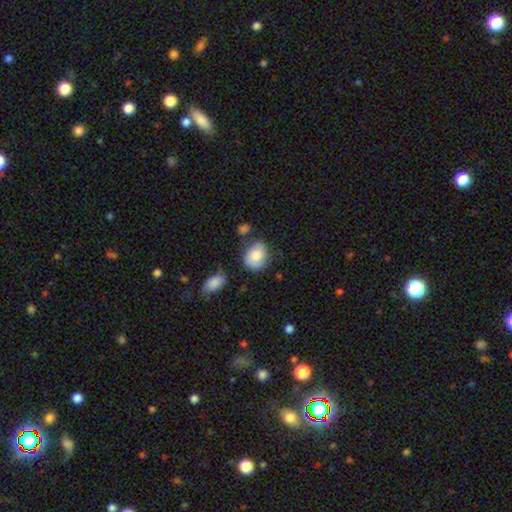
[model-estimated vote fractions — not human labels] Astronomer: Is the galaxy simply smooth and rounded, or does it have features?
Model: smooth — 79%.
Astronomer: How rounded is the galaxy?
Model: in between — 51% (runner-up: round, 48%).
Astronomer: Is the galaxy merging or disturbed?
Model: none — 61%.